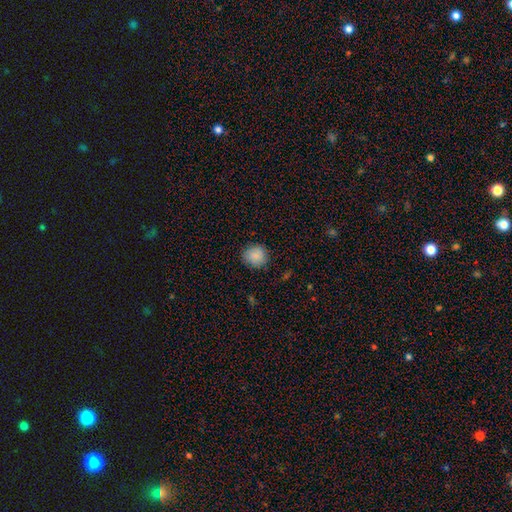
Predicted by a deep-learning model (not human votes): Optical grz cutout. It shows a smooth galaxy with no disk features (88%) that is round (89%). Merging: none (86%).